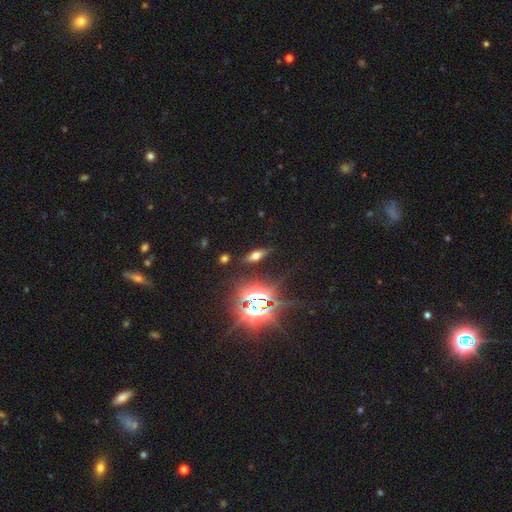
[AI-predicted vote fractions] A smooth galaxy with no disk features (45%). Merging: none (85%).